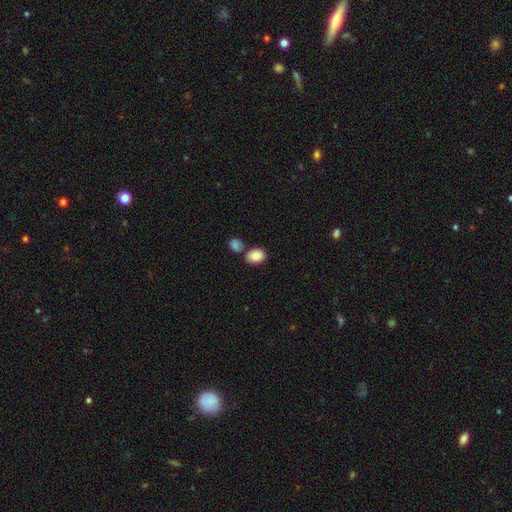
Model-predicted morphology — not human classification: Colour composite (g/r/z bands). It shows a smooth galaxy with no disk features (87%) that is in between round and cigar-shaped (69%). Merging: none (65%).